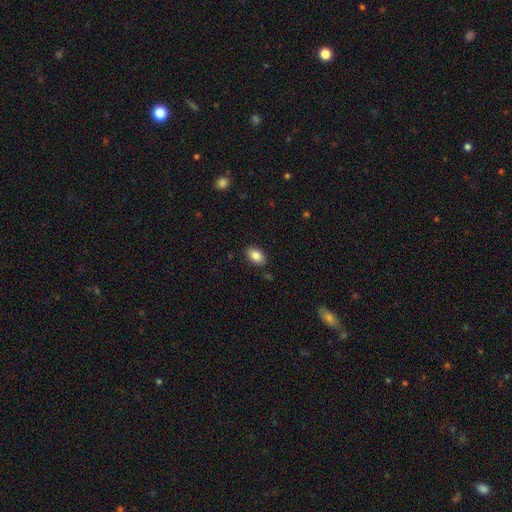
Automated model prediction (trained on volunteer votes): Q: Smooth or featured?
A: smooth (86%); runner-up: star or artifact (8%)
Q: How rounded?
A: in between (90%); runner-up: round (9%)
Q: Merging?
A: none (86%); runner-up: minor disturbance (10%)